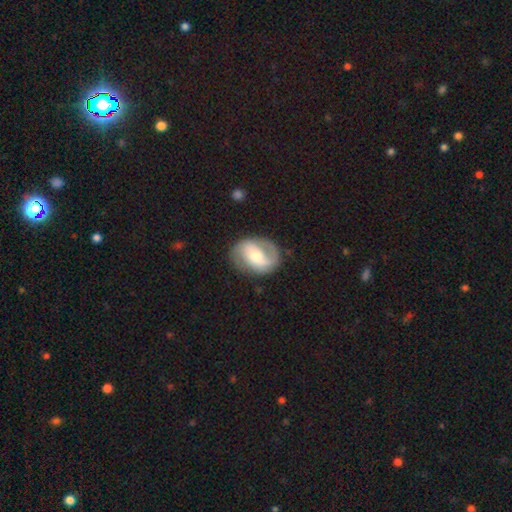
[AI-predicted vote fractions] smooth_or_featured: featured or disk (p=0.75) [alt: smooth p=0.19]
disk_edge_on: no (p=0.97) [alt: yes p=0.03]
bar: weak (p=0.40) [alt: no p=0.37]
has_spiral_arms: yes (p=0.89) [alt: no p=0.11]
spiral_winding: medium (p=0.46) [alt: tight p=0.27]
spiral_arm_count: 2 (p=0.82) [alt: 1 p=0.08]
bulge_size: moderate (p=0.61) [alt: small p=0.27]
merging: none (p=0.77) [alt: minor disturbance p=0.15]